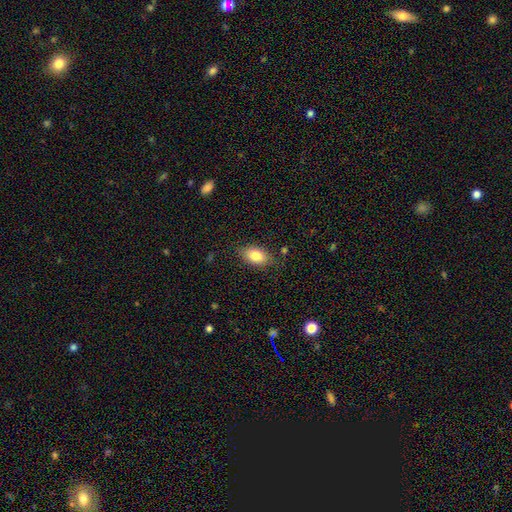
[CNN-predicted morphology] Smooth or featured? smooth (82%)
How rounded? in between (90%)
Merging? none (80%)